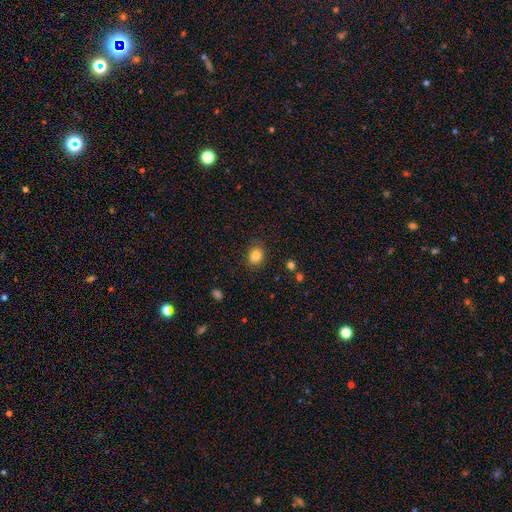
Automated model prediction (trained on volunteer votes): A smooth galaxy with no disk features (82%) that is round (51%). Merging: none (82%).